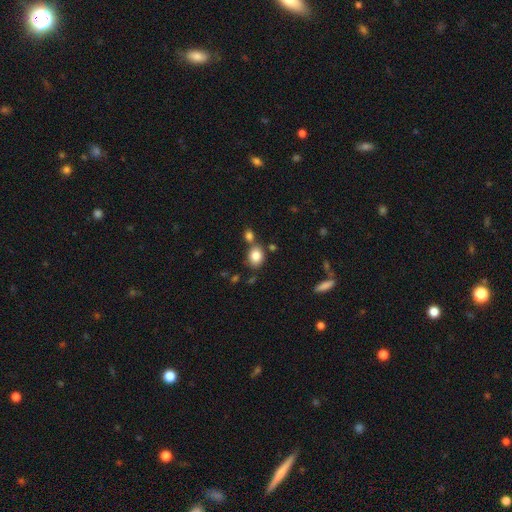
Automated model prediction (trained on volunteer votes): Smooth or featured?
  - smooth: 83% *
  - star or artifact: 9%
  - featured or disk: 8%
How rounded?
  - in between: 53% *
  - round: 46%
  - cigar-shaped: 1%
Merging?
  - none: 64% *
  - merger: 21%
  - minor disturbance: 12%
  - major disturbance: 4%